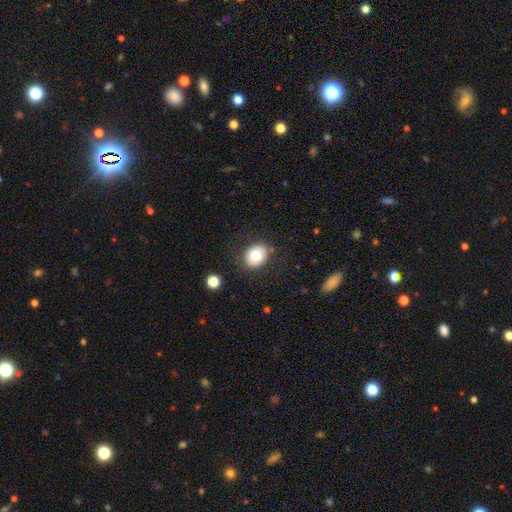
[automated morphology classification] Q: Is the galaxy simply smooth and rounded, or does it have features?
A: smooth — 78%.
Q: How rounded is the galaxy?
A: round — 52%.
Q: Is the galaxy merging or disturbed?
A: none — 83%.